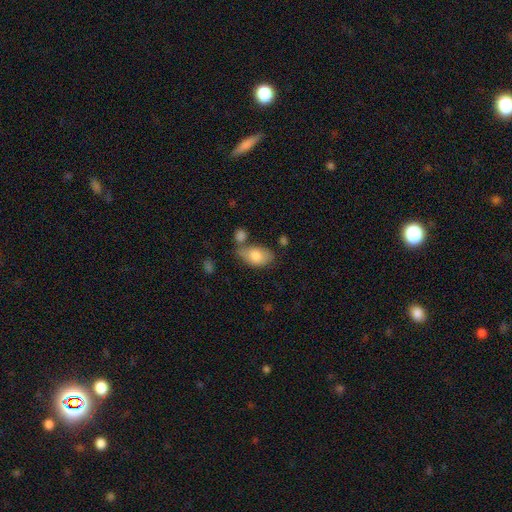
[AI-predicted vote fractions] Morphology: type=smooth (78%); roundness=in between (91%); merging=none (43%).